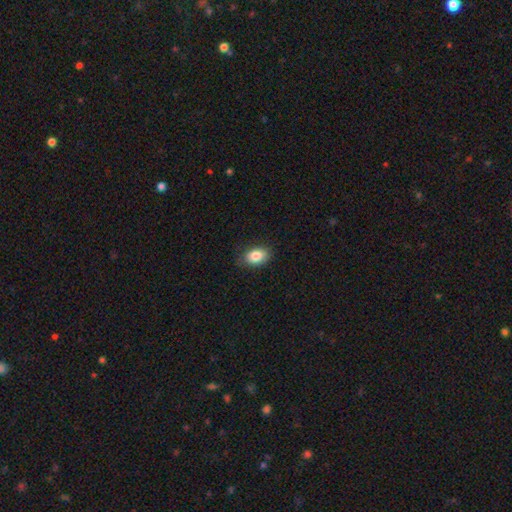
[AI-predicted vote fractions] Q: Smooth or featured?
A: smooth (84%); runner-up: star or artifact (8%)
Q: How rounded?
A: in between (83%); runner-up: round (16%)
Q: Merging?
A: none (79%); runner-up: minor disturbance (16%)